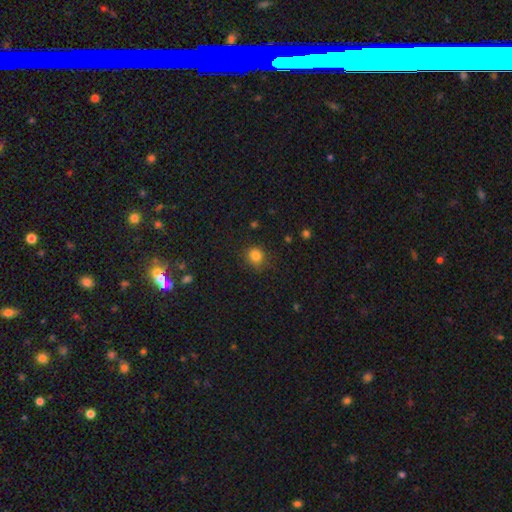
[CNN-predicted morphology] type=smooth (82%); roundness=round (82%); merging=none (79%).